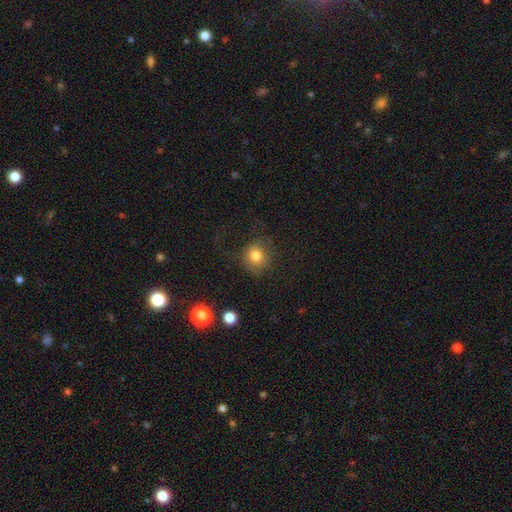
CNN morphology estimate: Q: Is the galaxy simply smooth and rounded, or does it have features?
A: smooth — 74%.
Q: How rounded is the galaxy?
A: round — 85%.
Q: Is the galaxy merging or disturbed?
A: none — 56%.